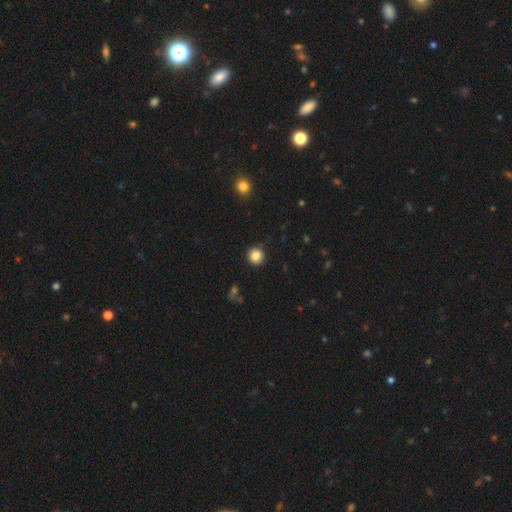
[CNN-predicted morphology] Q: Smooth or featured?
A: smooth (86%); runner-up: star or artifact (10%)
Q: How rounded?
A: round (92%); runner-up: in between (7%)
Q: Merging?
A: none (90%); runner-up: minor disturbance (7%)